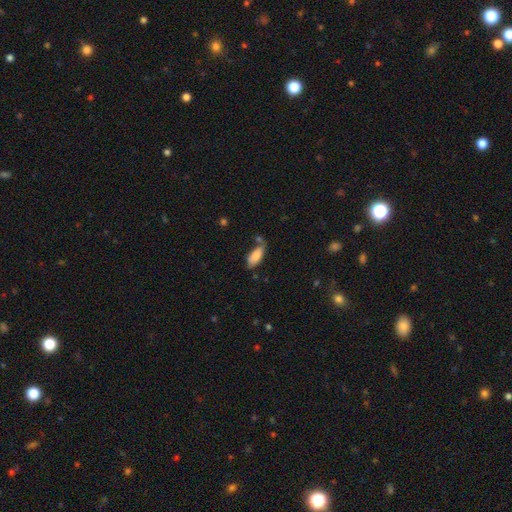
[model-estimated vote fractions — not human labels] Smooth or featured?
  - smooth: 82% *
  - featured or disk: 11%
  - star or artifact: 7%
How rounded?
  - in between: 82% *
  - cigar-shaped: 16%
  - round: 2%
Merging?
  - none: 53% *
  - minor disturbance: 26%
  - merger: 13%
  - major disturbance: 7%